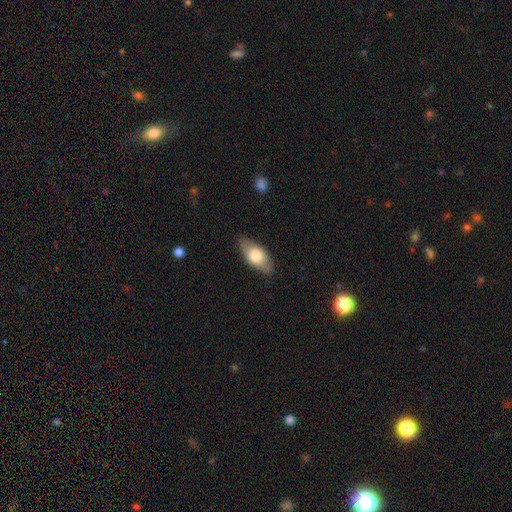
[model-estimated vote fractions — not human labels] smooth_or_featured: smooth (p=0.72) [alt: featured or disk p=0.22]
how_rounded: in between (p=0.88) [alt: cigar-shaped p=0.08]
merging: none (p=0.82) [alt: minor disturbance p=0.14]